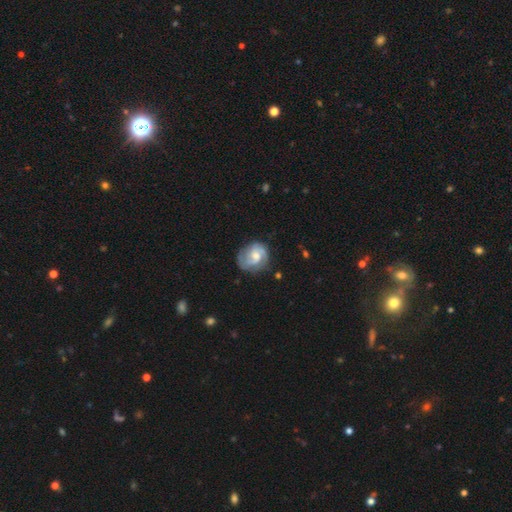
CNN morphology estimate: Smooth or featured: featured or disk — 73% (smooth — 21%)
Edge-on disk: no — 98% (yes — 2%)
Bar: no — 50% (weak — 43%)
Spiral arms: yes — 93% (no — 7%)
Spiral winding: medium — 45% (tight — 38%)
Spiral arm count: 2 — 67% (can't tell — 14%)
Bulge size: moderate — 56% (small — 32%)
Merging: none — 70% (minor disturbance — 21%)